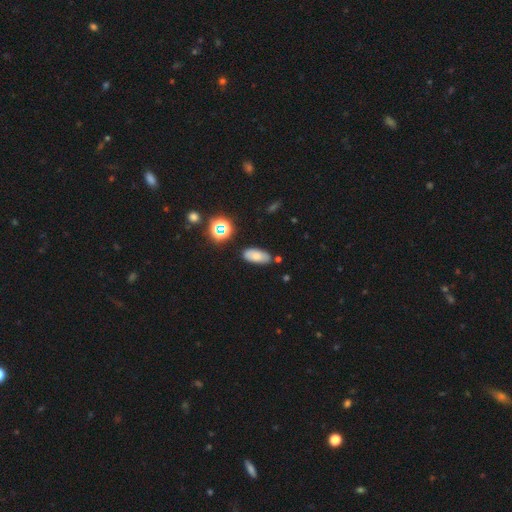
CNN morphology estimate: Smooth or featured: smooth — 75% (featured or disk — 13%)
How rounded: in between — 89% (cigar-shaped — 7%)
Merging: none — 79% (minor disturbance — 14%)